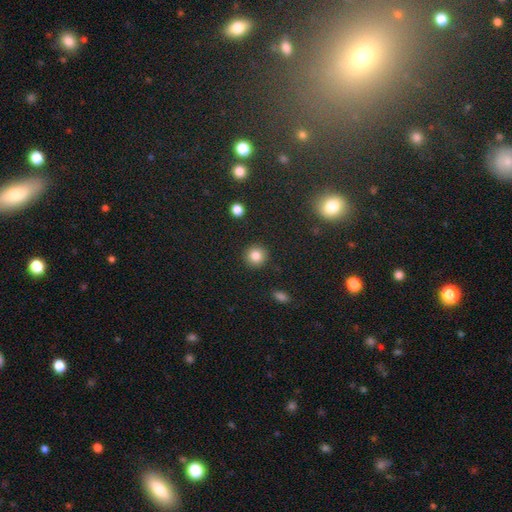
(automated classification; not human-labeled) smooth-or-featured: smooth: 84% | star or artifact: 11% | featured or disk: 6%
  how-rounded: round: 93% | in between: 6% | cigar-shaped: 1%
  merging: none: 91% | minor disturbance: 5% | major disturbance: 2% | merger: 2%